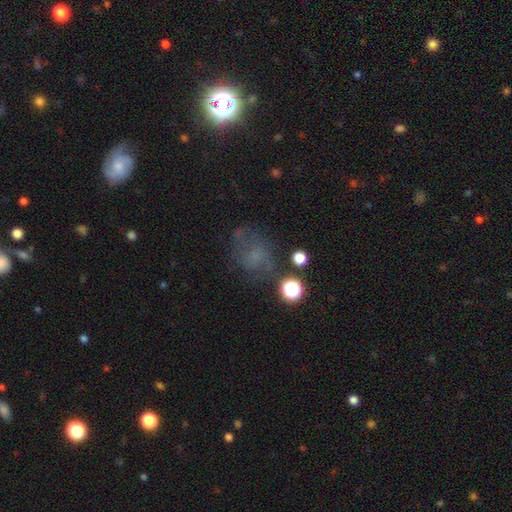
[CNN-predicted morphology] Overall: smooth (43%; star or artifact 30%). Merging: none (54%; minor disturbance 21%).